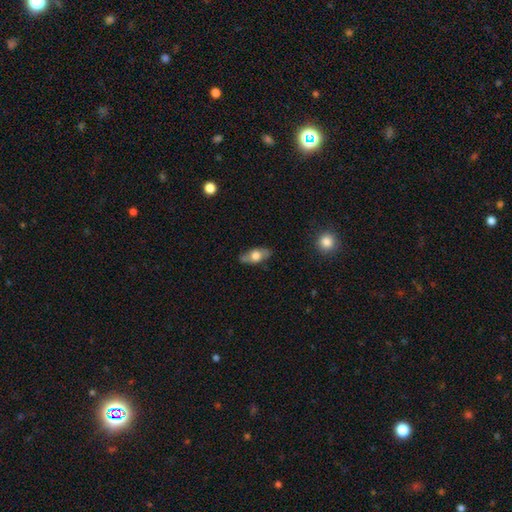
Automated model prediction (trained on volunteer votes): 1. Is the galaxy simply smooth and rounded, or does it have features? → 57% smooth, 36% featured or disk, 7% star or artifact.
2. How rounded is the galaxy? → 80% in between, 13% cigar-shaped, 7% round.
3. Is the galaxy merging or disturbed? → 81% none, 15% minor disturbance, 3% major disturbance, 1% merger.